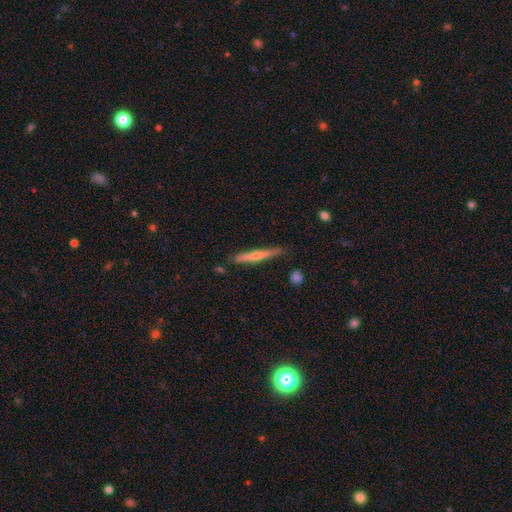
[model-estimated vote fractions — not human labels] A featured or disk galaxy (58%) viewed edge-on (97%) with a rounded central bulge (72%). Merging: none (85%).